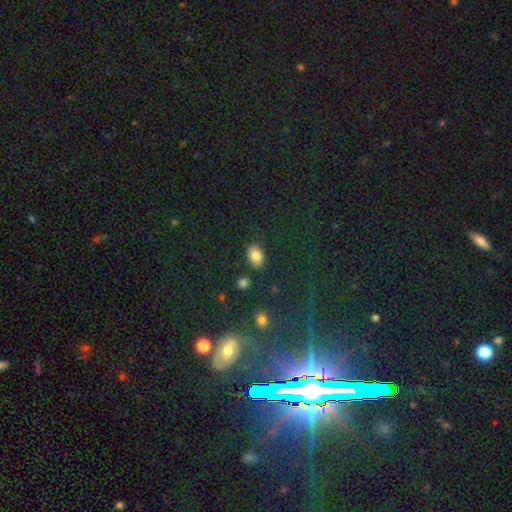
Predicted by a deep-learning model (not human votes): smooth-or-featured: smooth: 84% | star or artifact: 10% | featured or disk: 6%
  how-rounded: in between: 86% | round: 13% | cigar-shaped: 1%
  merging: none: 83% | minor disturbance: 11% | merger: 3% | major disturbance: 3%